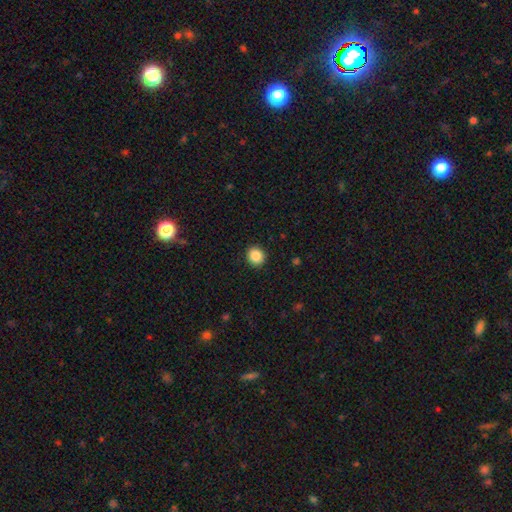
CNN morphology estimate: Smooth or featured?
  - smooth: 88% *
  - star or artifact: 9%
  - featured or disk: 3%
How rounded?
  - round: 83% *
  - in between: 16%
  - cigar-shaped: 1%
Merging?
  - none: 92% *
  - minor disturbance: 6%
  - major disturbance: 2%
  - merger: 1%